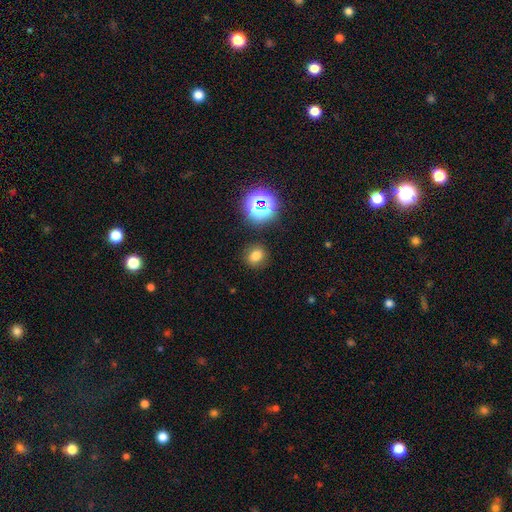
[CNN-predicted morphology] smooth-or-featured: smooth: 73% | star or artifact: 20% | featured or disk: 7%
  how-rounded: round: 68% | in between: 31% | cigar-shaped: 1%
  merging: none: 86% | minor disturbance: 8% | major disturbance: 3% | merger: 2%